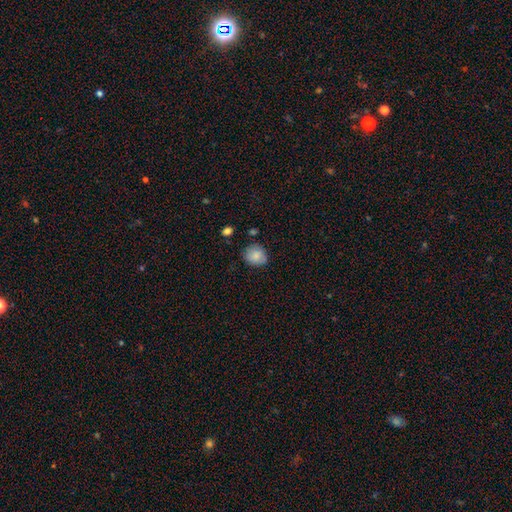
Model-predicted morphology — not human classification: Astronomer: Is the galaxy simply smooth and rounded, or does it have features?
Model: smooth — 84%.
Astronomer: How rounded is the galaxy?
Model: round — 73%.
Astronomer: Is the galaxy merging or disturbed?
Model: none — 75%.